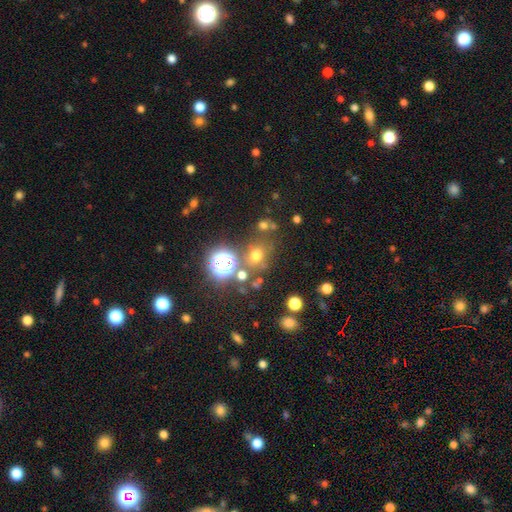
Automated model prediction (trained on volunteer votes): Smooth or featured? smooth (60%)
How rounded? round (74%)
Merging? none (67%)